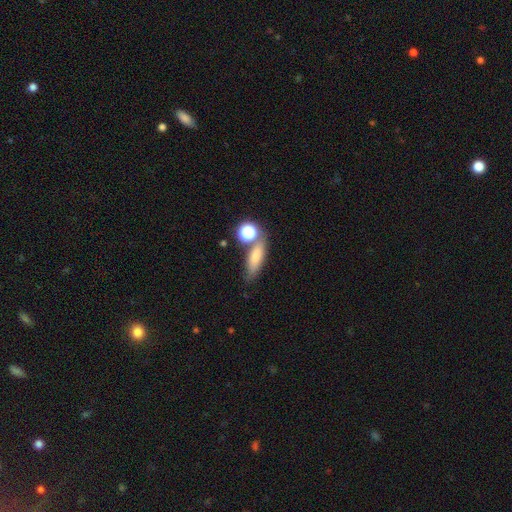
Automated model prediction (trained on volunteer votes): smooth-or-featured: smooth: 75% | featured or disk: 14% | star or artifact: 11%
  how-rounded: in between: 51% | cigar-shaped: 38% | round: 11%
  merging: none: 61% | merger: 18% | minor disturbance: 15% | major disturbance: 6%